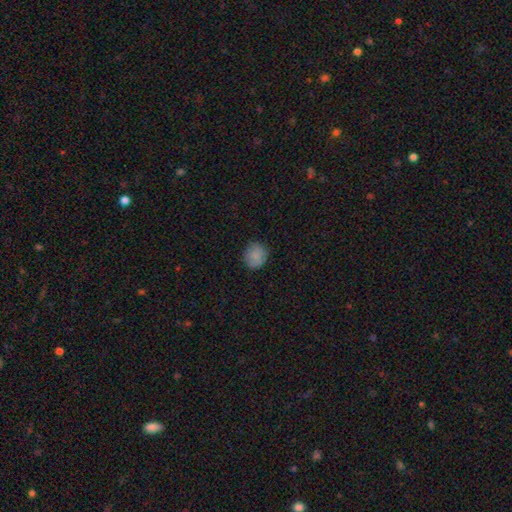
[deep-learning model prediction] The model was most divided on "how rounded": round: 83%, in between: 16%, cigar-shaped: 1%. More confident: smooth or featured — smooth (84%); merging — none (84%).